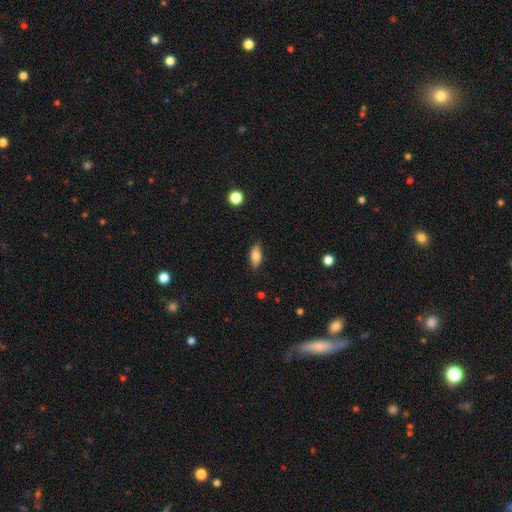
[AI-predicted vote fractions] A smooth galaxy with no disk features (82%) that is in between round and cigar-shaped (87%). Merging: none (85%).